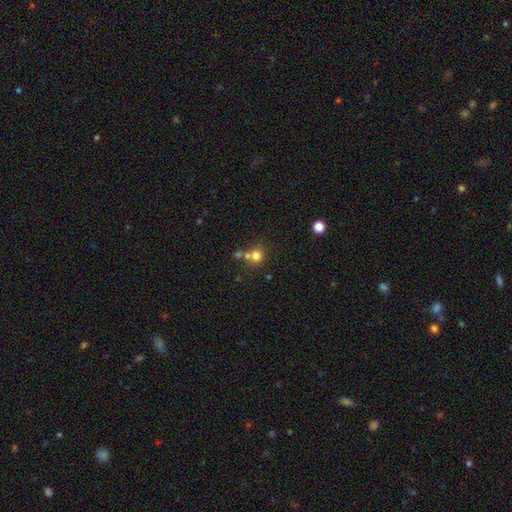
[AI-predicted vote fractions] The model was most divided on "merging": none: 54%, merger: 34%, minor disturbance: 8%, major disturbance: 4%. More confident: how rounded — round (84%); smooth or featured — smooth (75%).